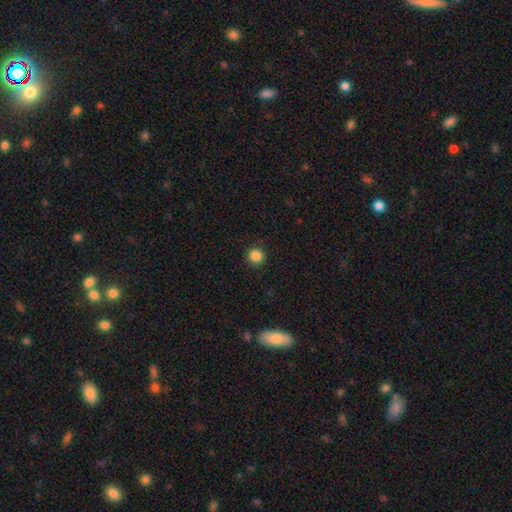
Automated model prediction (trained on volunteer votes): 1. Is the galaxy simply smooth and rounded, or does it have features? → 86% smooth, 11% star or artifact, 3% featured or disk.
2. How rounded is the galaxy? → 93% round, 6% in between, 1% cigar-shaped.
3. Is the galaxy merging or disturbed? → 91% none, 6% minor disturbance, 2% major disturbance, 1% merger.